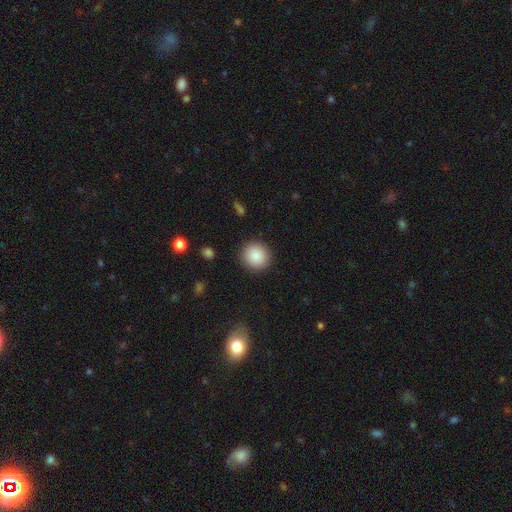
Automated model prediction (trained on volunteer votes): Morphology: type=smooth (87%); roundness=round (92%); merging=none (91%).